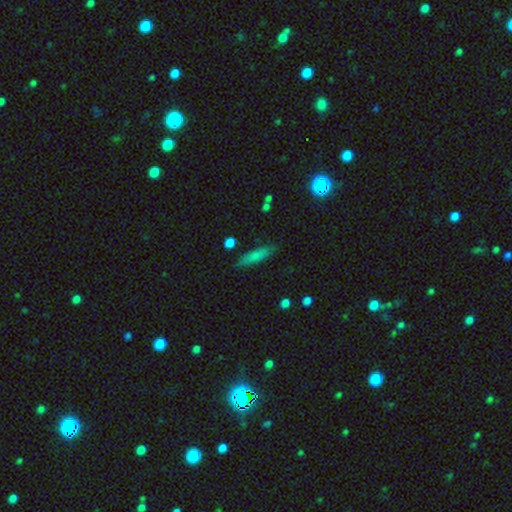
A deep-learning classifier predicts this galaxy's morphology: smooth 77%, featured or disk 15%, star or artifact 9%. Down the decision tree: how rounded — cigar-shaped (74%); merging — none (82%).